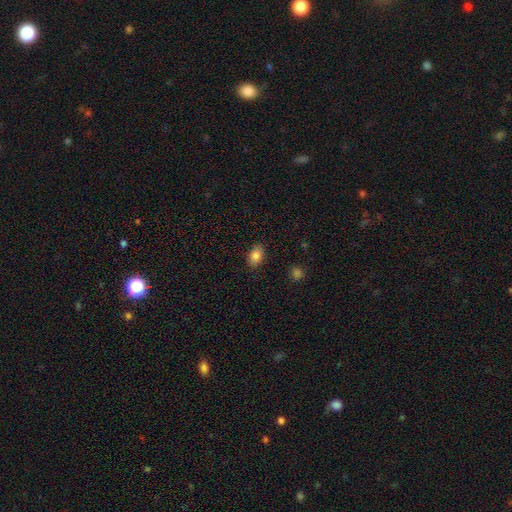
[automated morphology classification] Smooth or featured? Predicted: smooth (p=0.85). How rounded? Predicted: in between (p=0.88). Merging? Predicted: none (p=0.87).